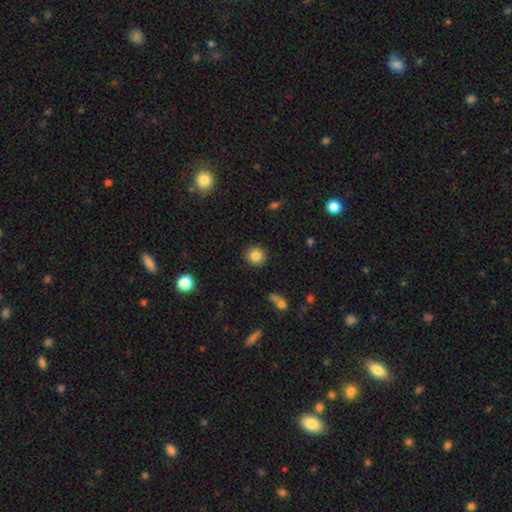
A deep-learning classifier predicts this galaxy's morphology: This appears to be a smooth galaxy with no disk features (84%) that is round (92%). Merging: none (90%).